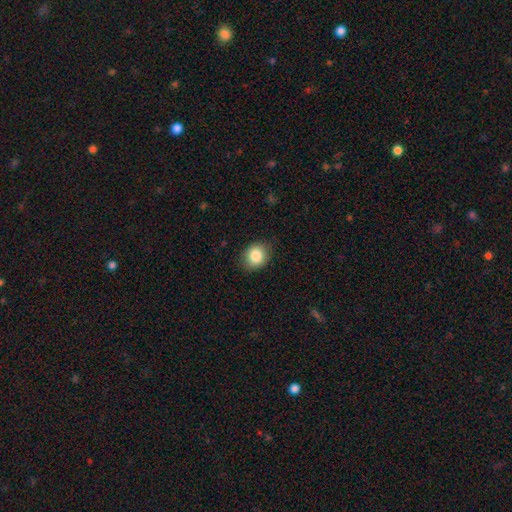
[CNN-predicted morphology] A smooth galaxy with no disk features (85%) that is round (58%). Merging: none (83%).